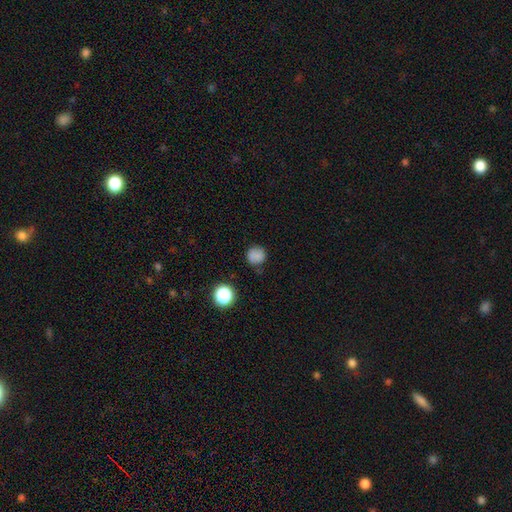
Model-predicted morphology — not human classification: Overall: smooth (80%). How rounded: round (91%). Merging: none (80%).